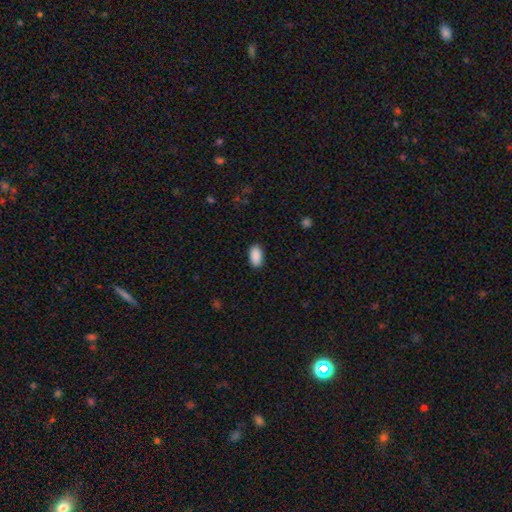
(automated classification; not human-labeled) Smooth or featured?
  - smooth: 91% *
  - star or artifact: 7%
  - featured or disk: 3%
How rounded?
  - in between: 94% *
  - cigar-shaped: 3%
  - round: 3%
Merging?
  - none: 88% *
  - minor disturbance: 9%
  - major disturbance: 2%
  - merger: 1%